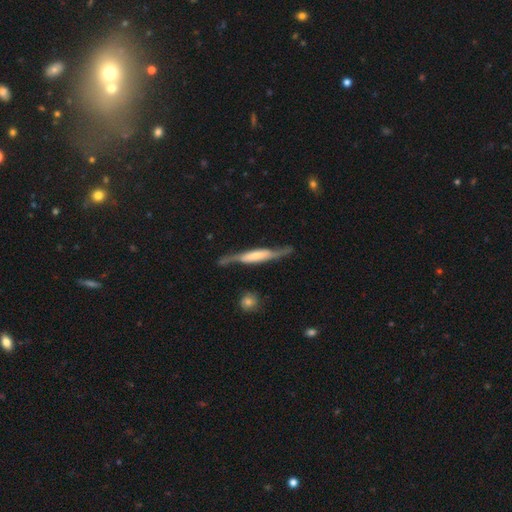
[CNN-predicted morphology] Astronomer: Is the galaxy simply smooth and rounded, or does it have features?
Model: featured or disk — 70%.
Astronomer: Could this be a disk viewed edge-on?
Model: yes — 71%.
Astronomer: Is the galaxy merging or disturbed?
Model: none — 60%.